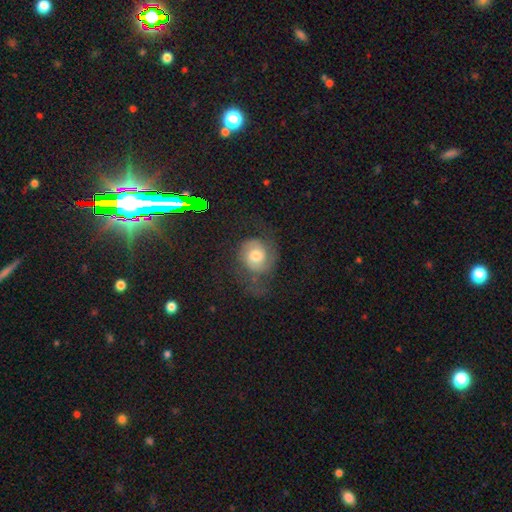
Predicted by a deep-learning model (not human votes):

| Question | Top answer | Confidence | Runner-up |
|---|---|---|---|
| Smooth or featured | featured or disk | 58% | smooth (33%) |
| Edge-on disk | no | 97% | yes (3%) |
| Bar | no | 69% | weak (26%) |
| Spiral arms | yes | 88% | no (12%) |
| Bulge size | moderate | 62% | large (17%) |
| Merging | none | 54% | major disturbance (24%) |